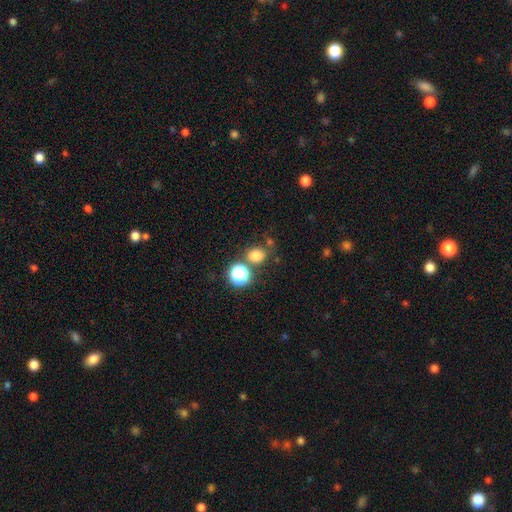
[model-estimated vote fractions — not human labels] This appears to be a smooth galaxy with no disk features (75%) that is round (70%). Merging: none (70%).